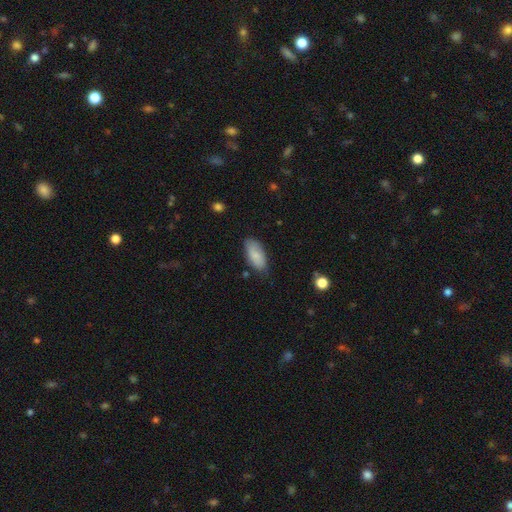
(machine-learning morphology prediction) Smooth or featured? smooth (83%)
How rounded? in between (90%)
Merging? none (76%)